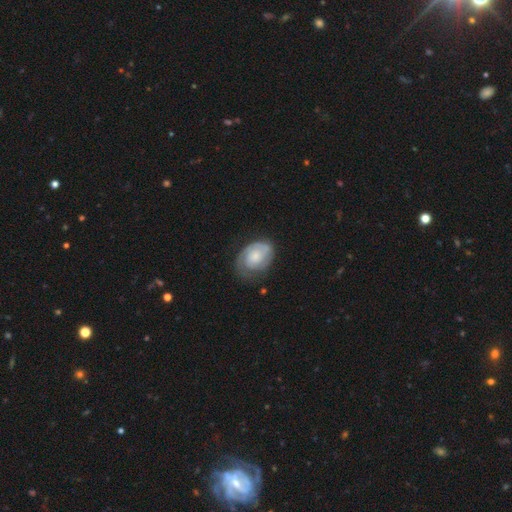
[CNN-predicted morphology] Smooth or featured? Predicted: featured or disk (p=0.73). Edge-on disk? Predicted: no (p=0.97). Bar? Predicted: no (p=0.74). Spiral arms? Predicted: yes (p=0.92). Spiral winding? Predicted: tight (p=0.67). Spiral arm count? Predicted: 2 (p=0.45). Bulge size? Predicted: small (p=0.50). Merging? Predicted: none (p=0.64).